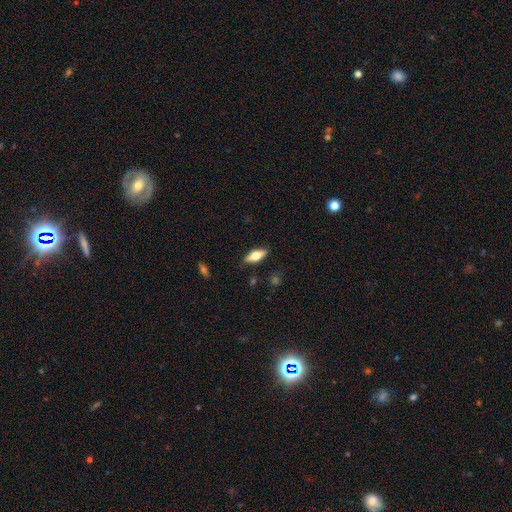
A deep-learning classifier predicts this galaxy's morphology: Smooth or featured? smooth (55%)
How rounded? in between (69%)
Merging? none (85%)